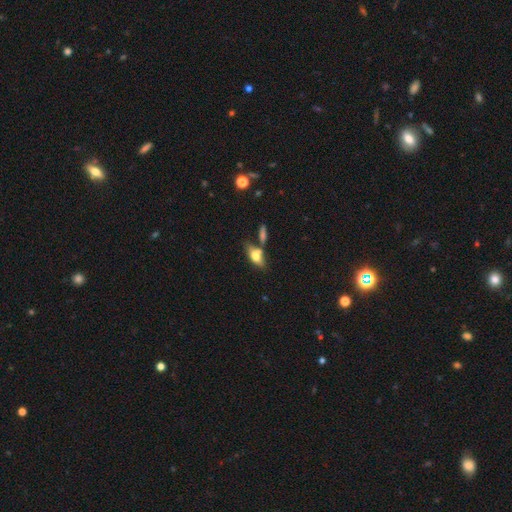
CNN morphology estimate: Smooth or featured? Predicted: smooth (p=0.66). How rounded? Predicted: in between (p=0.80). Merging? Predicted: none (p=0.51).